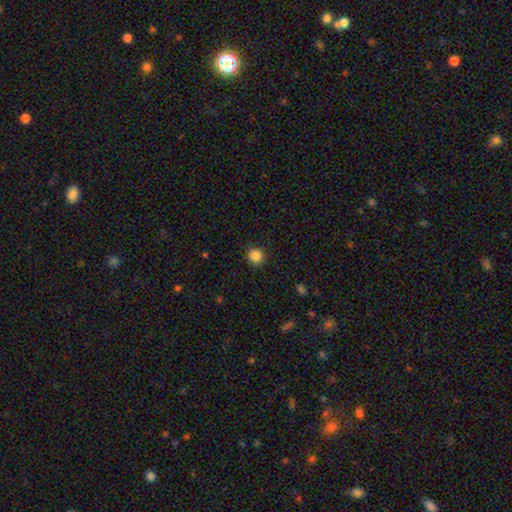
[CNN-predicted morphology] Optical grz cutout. It shows a smooth galaxy with no disk features (86%) that is round (90%). Merging: none (91%).